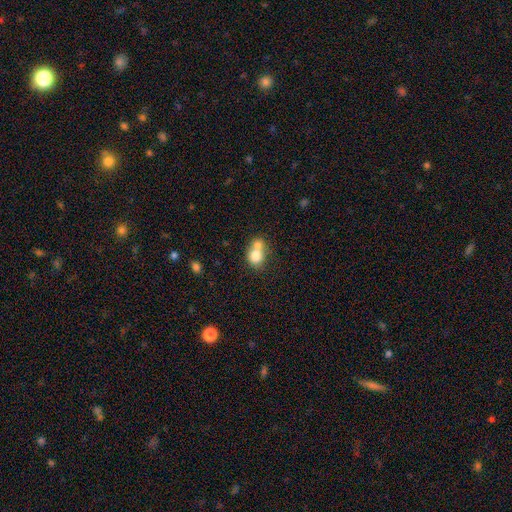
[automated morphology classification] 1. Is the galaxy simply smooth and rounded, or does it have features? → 76% smooth, 15% featured or disk, 9% star or artifact.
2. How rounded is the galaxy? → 59% round, 40% in between, 1% cigar-shaped.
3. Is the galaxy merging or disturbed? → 60% merger, 28% none, 8% minor disturbance, 4% major disturbance.